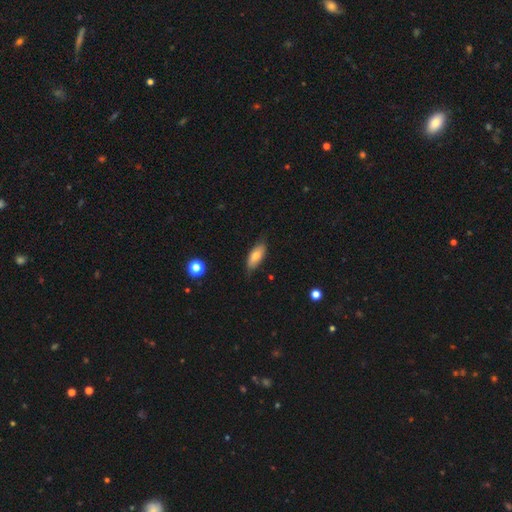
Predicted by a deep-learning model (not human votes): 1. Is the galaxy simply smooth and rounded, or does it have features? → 74% smooth, 20% featured or disk, 7% star or artifact.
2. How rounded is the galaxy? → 80% in between, 18% cigar-shaped, 3% round.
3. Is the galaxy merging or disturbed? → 78% none, 18% minor disturbance, 3% major disturbance, 1% merger.